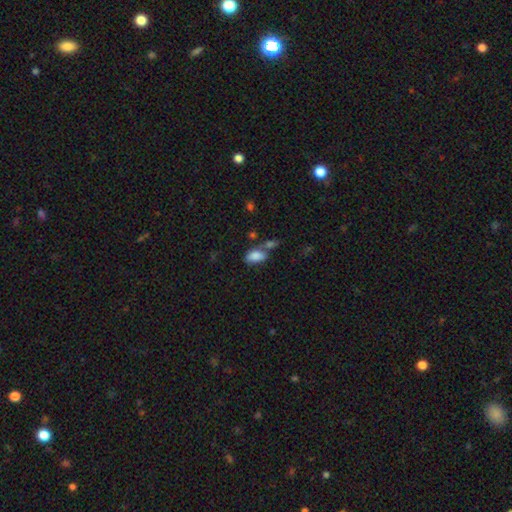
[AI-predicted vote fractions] Morphology: type=smooth (84%); roundness=in between (92%); merging=none (42%).